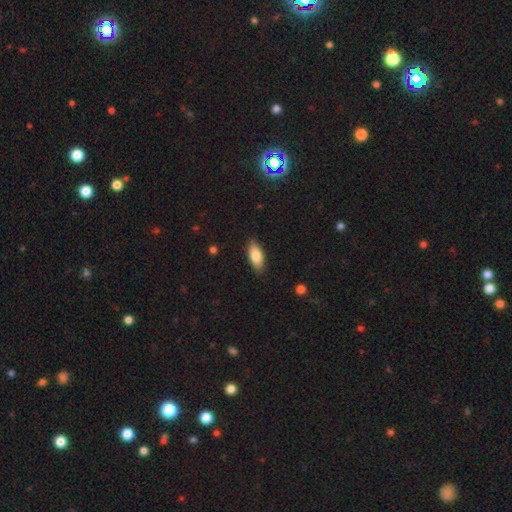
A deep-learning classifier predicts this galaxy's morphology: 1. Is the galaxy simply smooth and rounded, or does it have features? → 83% smooth, 10% featured or disk, 6% star or artifact.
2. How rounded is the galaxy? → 87% in between, 11% cigar-shaped, 2% round.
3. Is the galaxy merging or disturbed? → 86% none, 11% minor disturbance, 2% major disturbance, 1% merger.